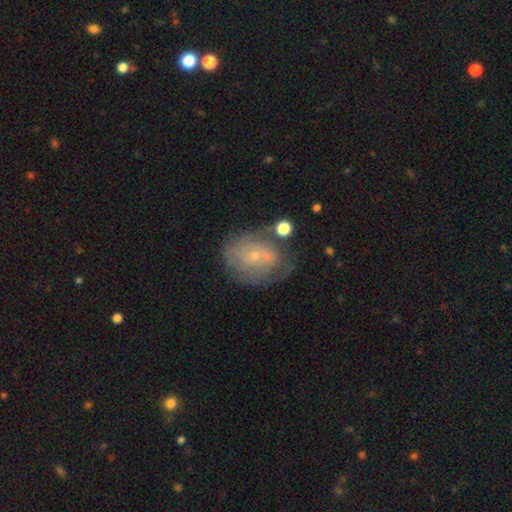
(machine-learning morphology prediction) featured or disk 59%, smooth 32%, star or artifact 10%. Down the decision tree: edge-on disk — no (97%); bar — no (73%); spiral arms — yes (67%); bulge size — small (82%); merging — none (49%).